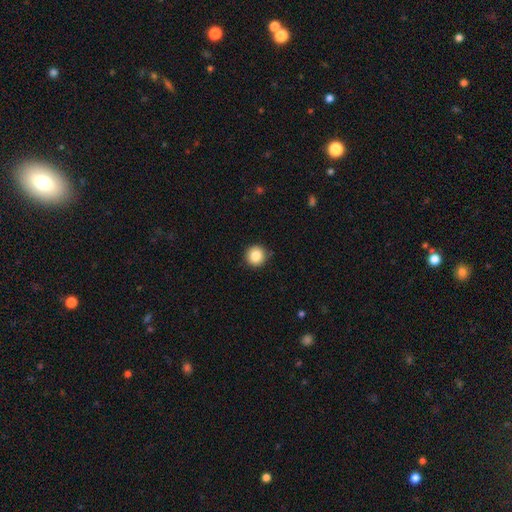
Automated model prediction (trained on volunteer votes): Smooth or featured: smooth — 85% (star or artifact — 9%)
How rounded: round — 95% (in between — 4%)
Merging: none — 91% (minor disturbance — 6%)